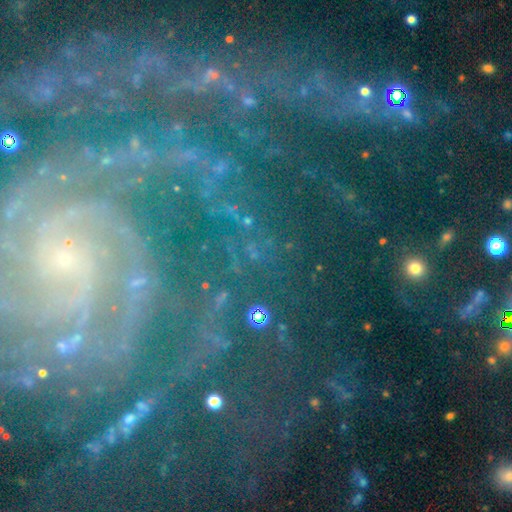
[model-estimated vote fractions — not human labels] A featured or disk galaxy (44%). Merging: none (68%).